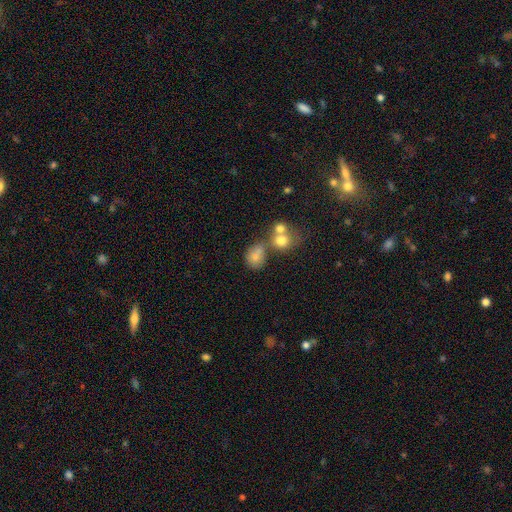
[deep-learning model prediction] Smooth or featured? Predicted: smooth (p=0.74). How rounded? Predicted: round (p=0.58). Merging? Predicted: merger (p=0.43).